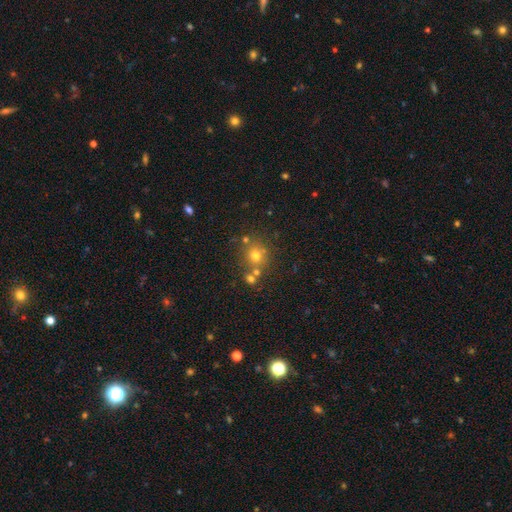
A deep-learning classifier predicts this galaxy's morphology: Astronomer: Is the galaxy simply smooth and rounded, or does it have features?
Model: smooth — 69%.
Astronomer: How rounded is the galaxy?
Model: round — 87%.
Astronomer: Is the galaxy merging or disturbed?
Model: none — 68%.